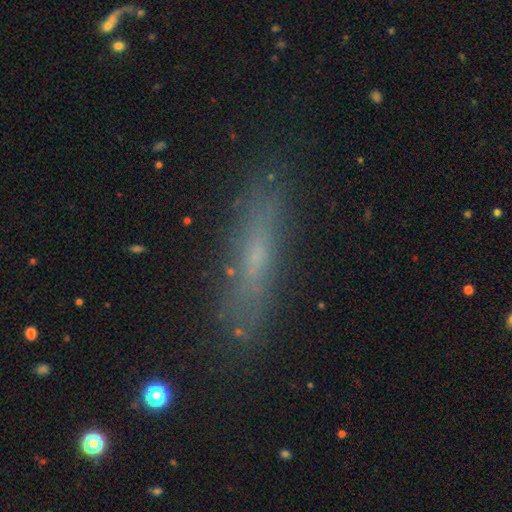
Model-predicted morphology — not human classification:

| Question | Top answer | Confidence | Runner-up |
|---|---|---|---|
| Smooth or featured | smooth | 49% | featured or disk (39%) |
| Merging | none | 85% | minor disturbance (11%) |